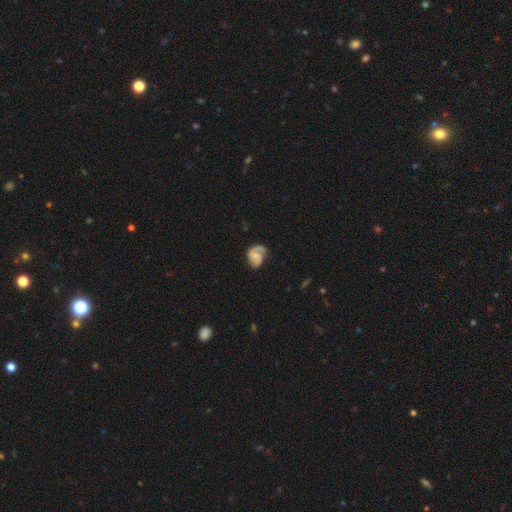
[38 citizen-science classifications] featured or disk 82%, smooth 16%, star or artifact 3%. Down the decision tree: edge-on disk — no (100%); bar — weak (45%, tied with no); spiral arms — yes (97%); spiral arm count — 2 (93%); spiral winding — medium (40%); bulge size — small (81%); merging — none (51%).